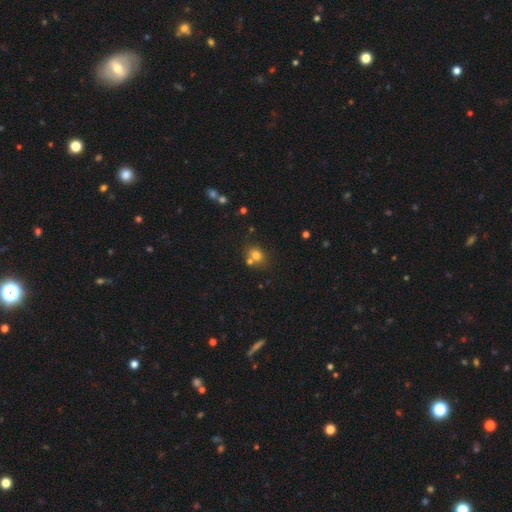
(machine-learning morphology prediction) Smooth or featured?
  - smooth: 74% *
  - star or artifact: 14%
  - featured or disk: 11%
How rounded?
  - round: 63% *
  - in between: 36%
  - cigar-shaped: 1%
Merging?
  - none: 55% *
  - merger: 29%
  - minor disturbance: 12%
  - major disturbance: 4%